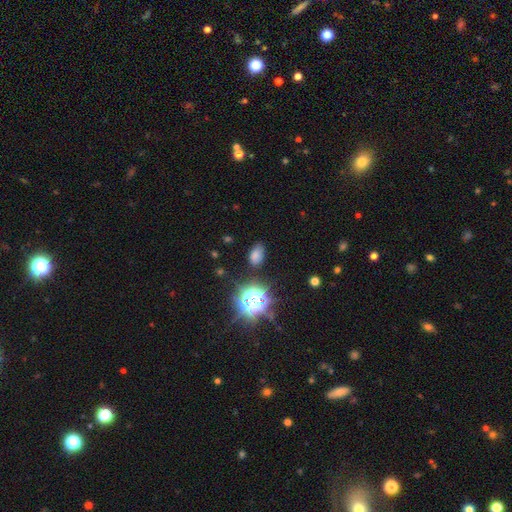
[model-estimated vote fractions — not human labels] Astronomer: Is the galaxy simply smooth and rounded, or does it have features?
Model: smooth — 63%.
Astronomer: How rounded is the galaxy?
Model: in between — 88%.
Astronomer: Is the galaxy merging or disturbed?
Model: none — 76%.